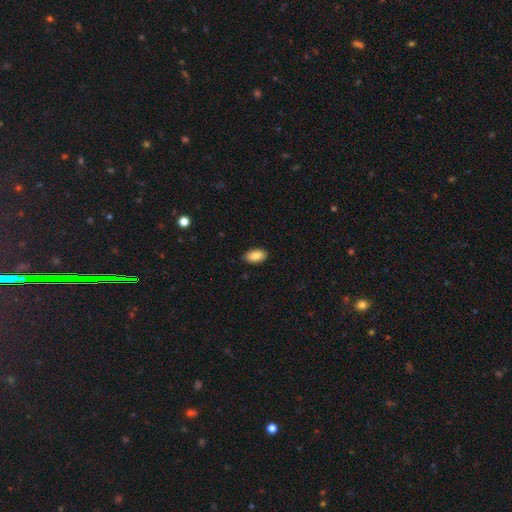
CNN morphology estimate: smooth 86%, star or artifact 7%, featured or disk 7%. Down the decision tree: how rounded — in between (94%); merging — none (86%).